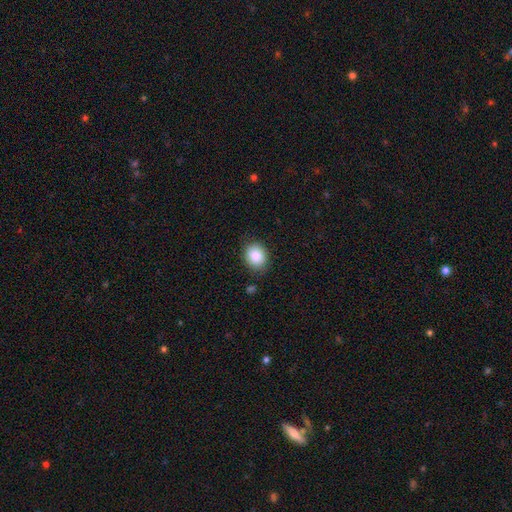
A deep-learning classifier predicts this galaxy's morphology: Smooth or featured?
  - smooth: 86% *
  - star or artifact: 8%
  - featured or disk: 6%
How rounded?
  - round: 57% *
  - in between: 43%
  - cigar-shaped: 1%
Merging?
  - none: 83% *
  - minor disturbance: 12%
  - major disturbance: 3%
  - merger: 2%